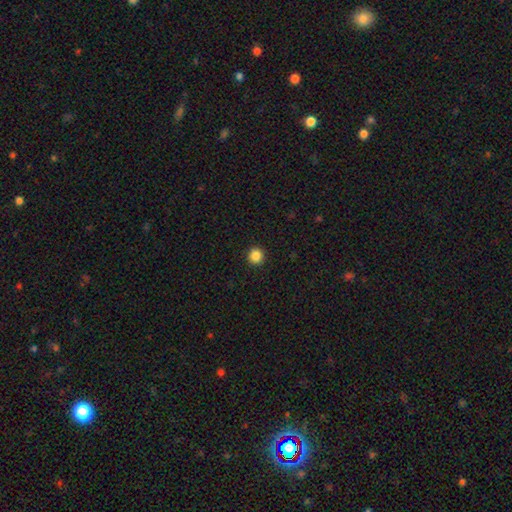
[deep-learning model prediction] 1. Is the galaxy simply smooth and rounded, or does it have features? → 86% smooth, 11% star or artifact, 3% featured or disk.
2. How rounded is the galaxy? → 95% round, 4% in between, 1% cigar-shaped.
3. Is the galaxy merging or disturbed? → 94% none, 4% minor disturbance, 2% major disturbance, 1% merger.